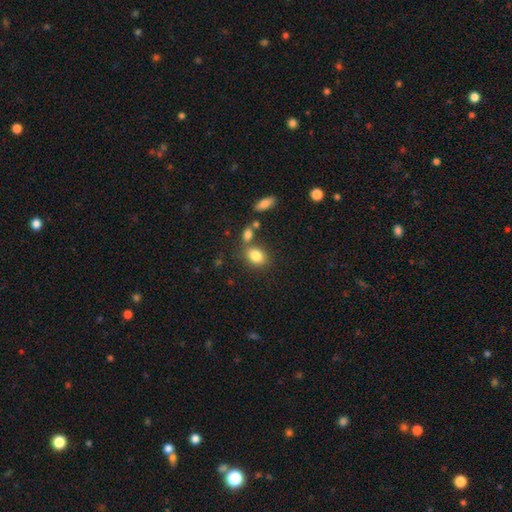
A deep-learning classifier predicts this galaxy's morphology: Smooth or featured?
  - smooth: 83% *
  - star or artifact: 9%
  - featured or disk: 8%
How rounded?
  - in between: 71% *
  - round: 27%
  - cigar-shaped: 2%
Merging?
  - none: 63% *
  - merger: 19%
  - minor disturbance: 13%
  - major disturbance: 5%